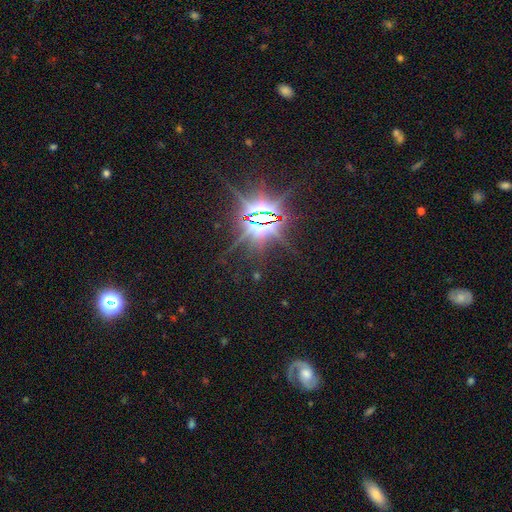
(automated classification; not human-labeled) Smooth or featured? star or artifact (79%)